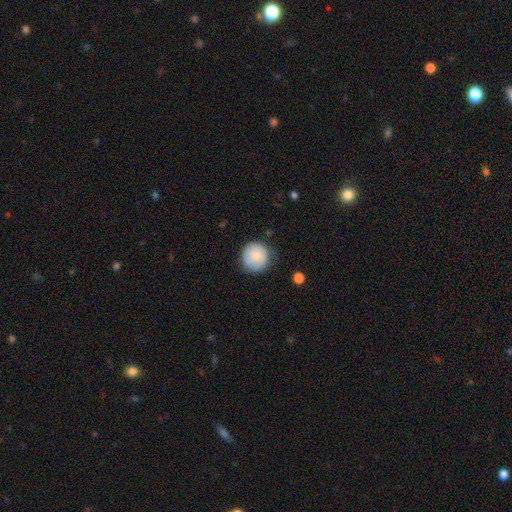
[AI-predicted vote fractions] A smooth galaxy with no disk features (80%) that is round (93%).

Vote fractions:
- Smooth or featured? smooth: 80% / featured or disk: 13% / star or artifact: 7%
- How rounded? round: 93% / in between: 6% / cigar-shaped: 1%
- Merging? none: 77% / minor disturbance: 18% / major disturbance: 4% / merger: 1%